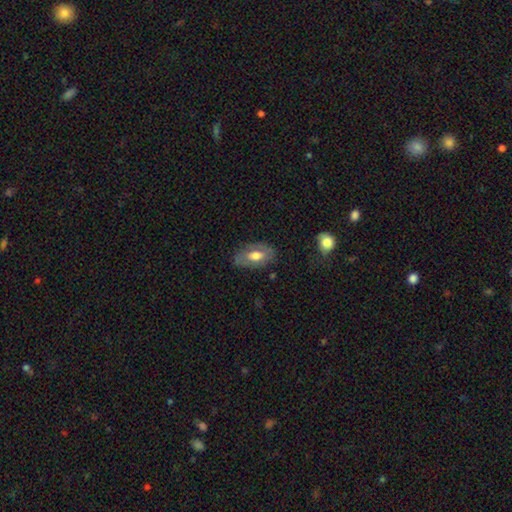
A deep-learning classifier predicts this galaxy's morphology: smooth 60%, featured or disk 33%, star or artifact 7%. Down the decision tree: how rounded — in between (91%); merging — none (72%).